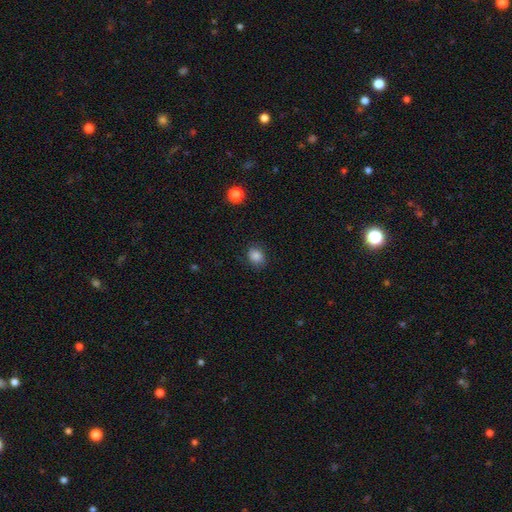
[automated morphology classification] Smooth or featured: smooth — 85% (star or artifact — 10%)
How rounded: round — 55% (in between — 44%)
Merging: none — 82% (minor disturbance — 13%)